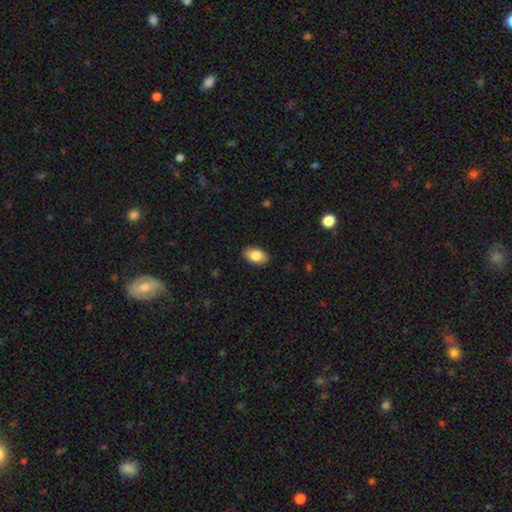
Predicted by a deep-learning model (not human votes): A smooth galaxy with no disk features (86%) that is in between round and cigar-shaped (91%).

Vote fractions:
- Smooth or featured? smooth: 86% / star or artifact: 7% / featured or disk: 7%
- How rounded? in between: 91% / round: 8% / cigar-shaped: 1%
- Merging? none: 88% / minor disturbance: 9% / major disturbance: 2% / merger: 1%